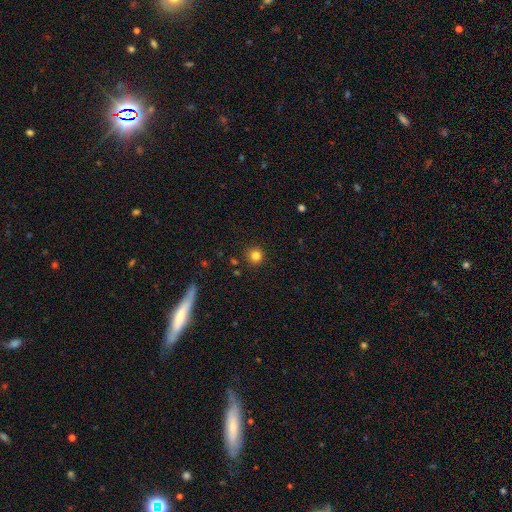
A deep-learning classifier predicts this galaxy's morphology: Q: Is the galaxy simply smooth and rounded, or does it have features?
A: smooth — 82%.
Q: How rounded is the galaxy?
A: round — 94%.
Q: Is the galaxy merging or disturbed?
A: none — 90%.